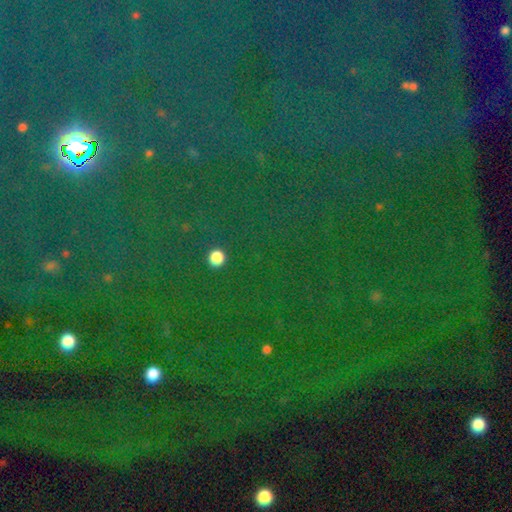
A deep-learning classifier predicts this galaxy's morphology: The model was most divided on "smooth or featured": star or artifact: 83%, smooth: 9%, featured or disk: 7%.